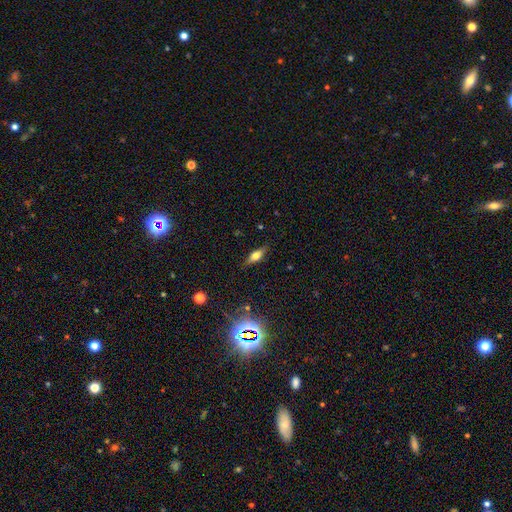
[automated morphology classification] Q: Smooth or featured?
A: smooth (49%); runner-up: featured or disk (39%)
Q: Merging?
A: none (84%); runner-up: minor disturbance (12%)